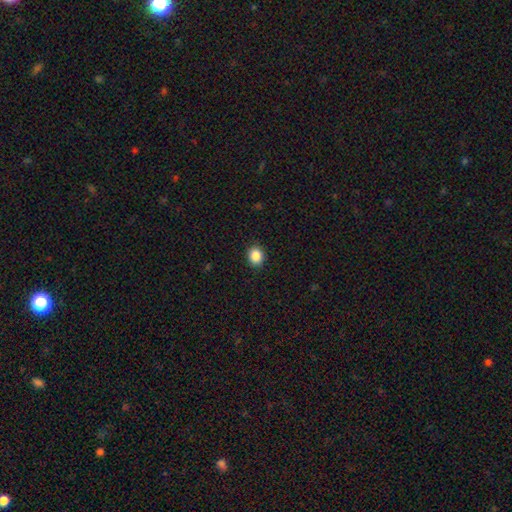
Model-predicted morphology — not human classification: smooth_or_featured: smooth (p=0.87) [alt: star or artifact p=0.09]
how_rounded: round (p=0.63) [alt: in between p=0.36]
merging: none (p=0.90) [alt: minor disturbance p=0.07]